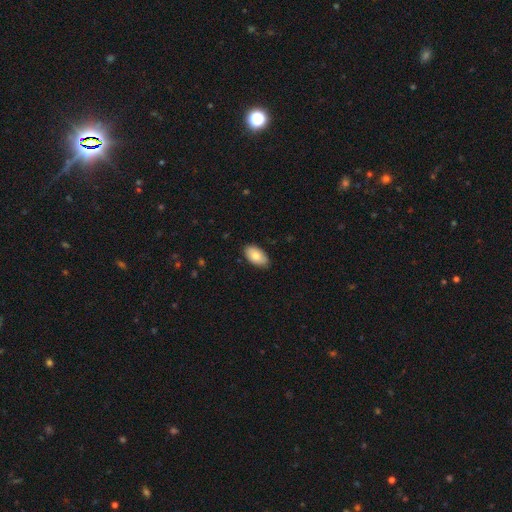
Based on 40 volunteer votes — Smooth or featured? smooth (85%)
How rounded? in between (94%)
Merging? none (84%)